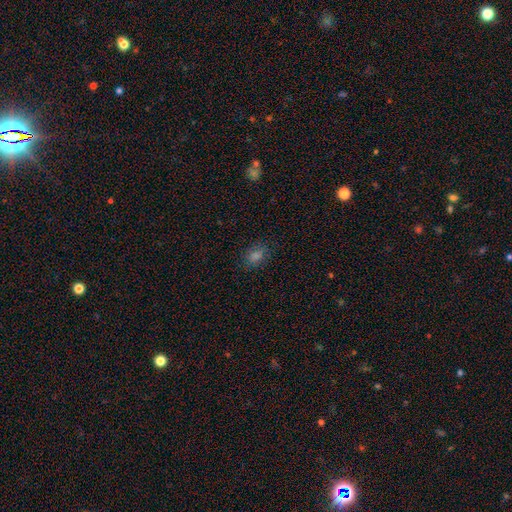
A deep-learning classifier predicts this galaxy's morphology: smooth 67%, star or artifact 24%, featured or disk 9%. Down the decision tree: how rounded — in between (70%); merging — none (83%).